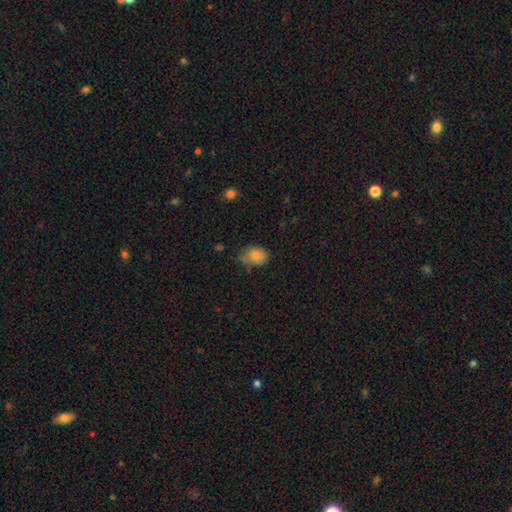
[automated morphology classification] This is clearly a smooth galaxy (83%). How rounded: likely in between (74%). Merging: possibly none (57%).